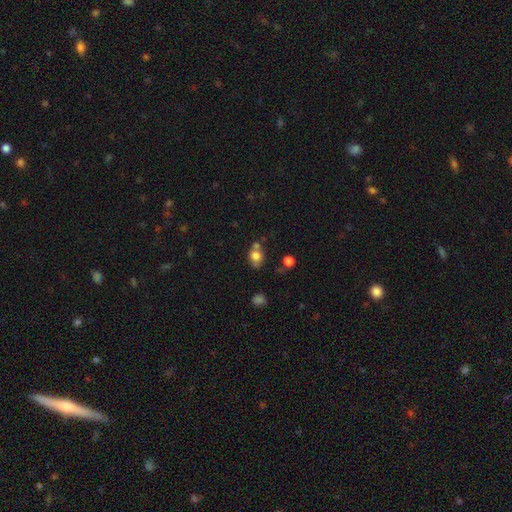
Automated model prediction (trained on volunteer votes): Q: Smooth or featured?
A: smooth (74%); runner-up: featured or disk (13%)
Q: How rounded?
A: round (58%); runner-up: in between (41%)
Q: Merging?
A: none (49%); runner-up: merger (27%)